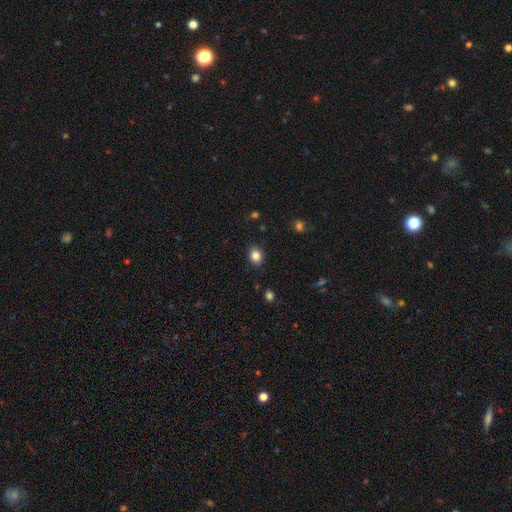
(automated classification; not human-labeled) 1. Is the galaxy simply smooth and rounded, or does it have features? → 84% smooth, 10% star or artifact, 6% featured or disk.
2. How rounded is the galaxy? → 54% in between, 45% round, 1% cigar-shaped.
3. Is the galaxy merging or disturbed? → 87% none, 10% minor disturbance, 2% major disturbance, 1% merger.